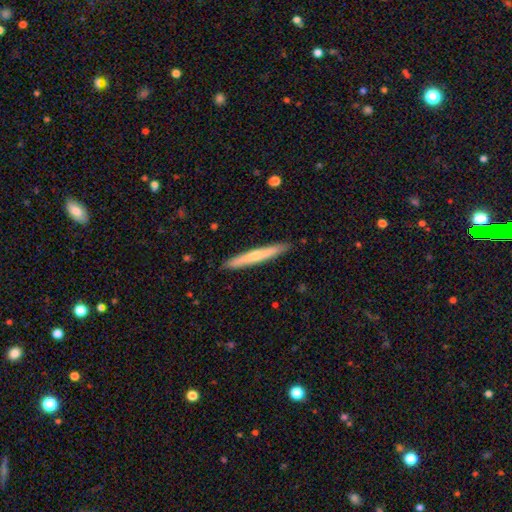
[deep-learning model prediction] Smooth or featured?
  - smooth: 55% *
  - featured or disk: 40%
  - star or artifact: 5%
How rounded?
  - cigar-shaped: 96% *
  - in between: 2%
  - round: 1%
Merging?
  - none: 91% *
  - minor disturbance: 7%
  - major disturbance: 1%
  - merger: 1%